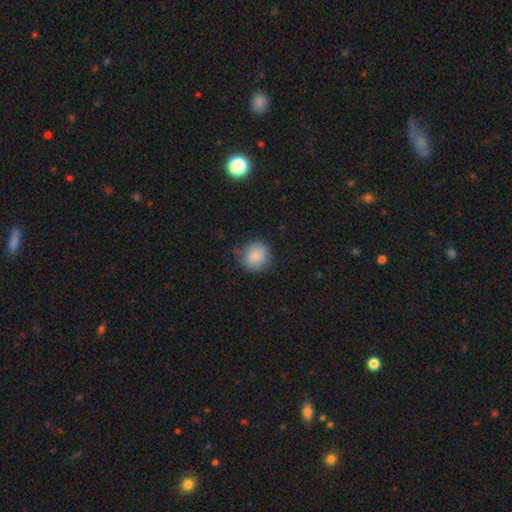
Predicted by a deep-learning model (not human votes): This appears to be a smooth galaxy with no disk features (86%) that is round (88%). Merging: none (77%).